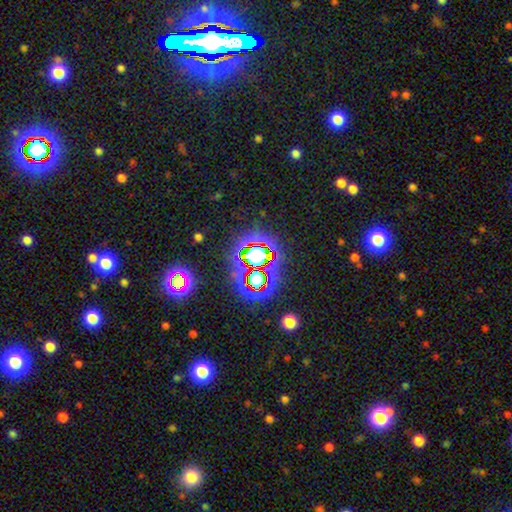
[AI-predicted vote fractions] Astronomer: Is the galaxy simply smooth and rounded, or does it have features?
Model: star or artifact — 74%.